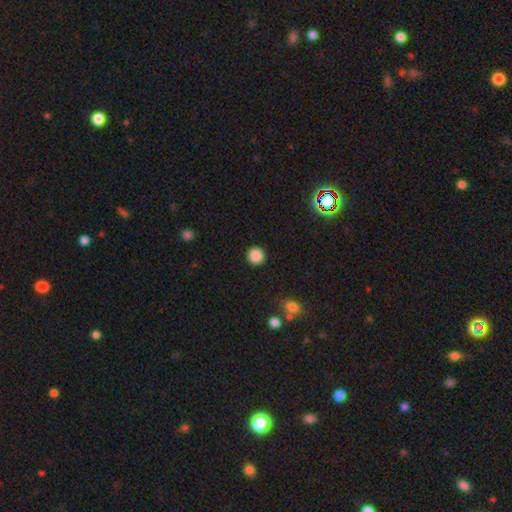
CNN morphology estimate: Overall: smooth (87%). How rounded: round (96%). Merging: none (92%).